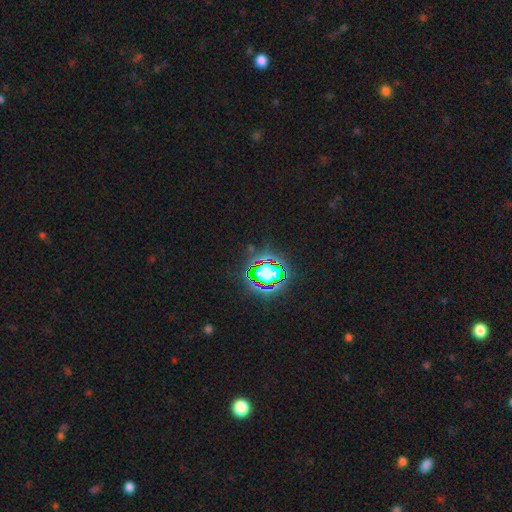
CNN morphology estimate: A star or artifact, not a galaxy (80%).

Vote fractions:
- Smooth or featured? star or artifact: 80% / smooth: 12% / featured or disk: 7%